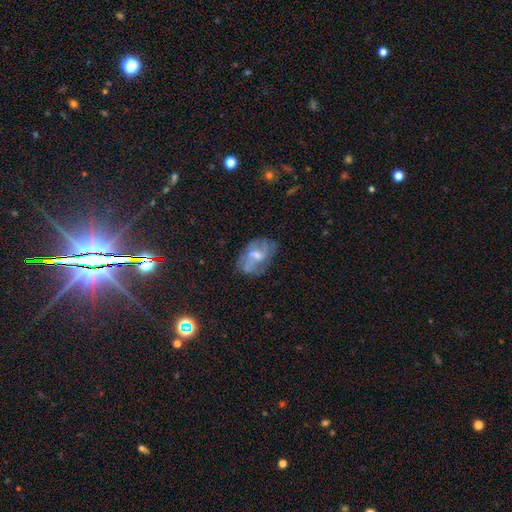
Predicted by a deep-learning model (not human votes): Q: Smooth or featured?
A: featured or disk (61%); runner-up: smooth (31%)
Q: Edge-on disk?
A: no (96%); runner-up: yes (4%)
Q: Bar?
A: weak (48%); runner-up: no (40%)
Q: Spiral arms?
A: yes (65%); runner-up: no (35%)
Q: Bulge size?
A: moderate (45%); runner-up: small (39%)
Q: Merging?
A: none (55%); runner-up: minor disturbance (25%)